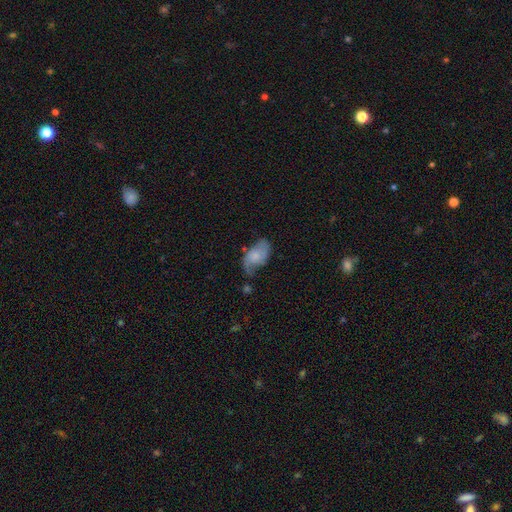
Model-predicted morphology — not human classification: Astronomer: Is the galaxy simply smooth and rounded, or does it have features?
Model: featured or disk — 49% (runner-up: smooth, 44%).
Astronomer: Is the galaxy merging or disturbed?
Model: none — 47% (runner-up: minor disturbance, 32%).